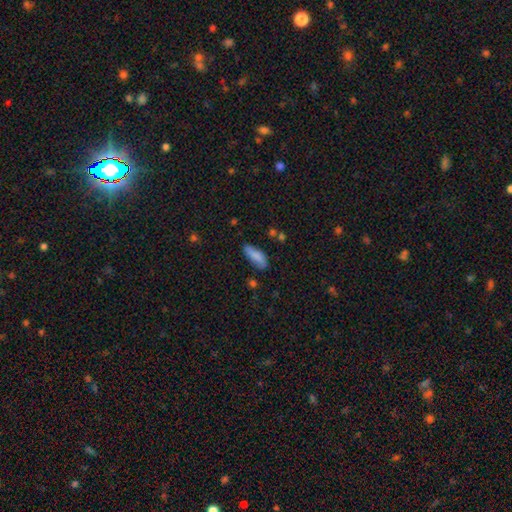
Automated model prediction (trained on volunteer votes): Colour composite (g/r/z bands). It shows a smooth galaxy with no disk features (82%) that is in between round and cigar-shaped (69%). Merging: none (65%).